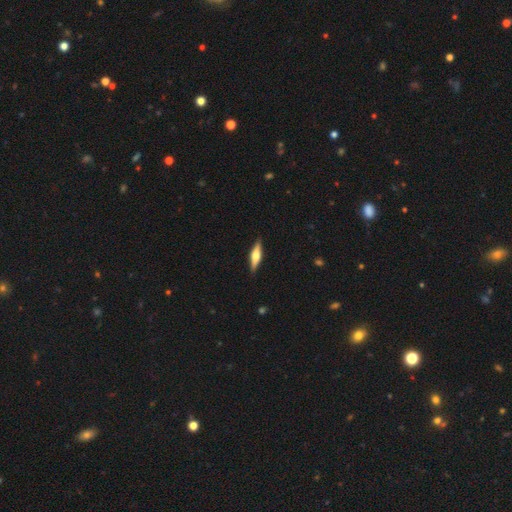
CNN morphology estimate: type=featured or disk (56%); edge-on=yes (95%); edge-on bulge=rounded (88%); merging=none (89%).